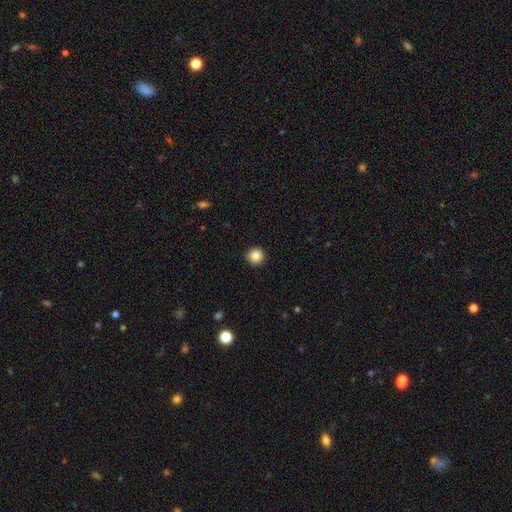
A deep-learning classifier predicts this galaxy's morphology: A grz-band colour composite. It shows a smooth galaxy with no disk features (86%) that is round (95%). Merging: none (93%).